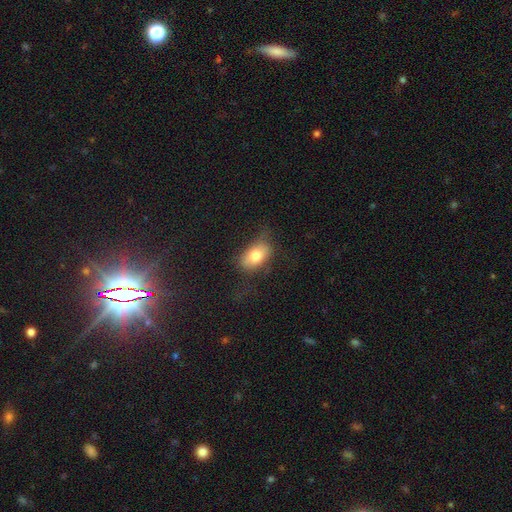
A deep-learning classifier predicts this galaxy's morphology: Overall: smooth (76%). How rounded: in between (90%). Merging: none (57%; minor disturbance 26%).